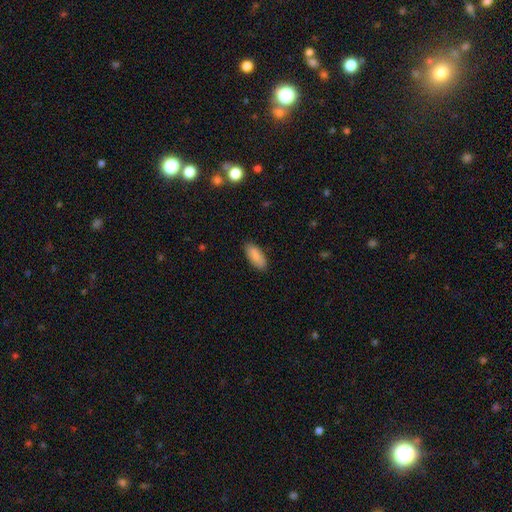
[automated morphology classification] This appears to be a smooth galaxy with no disk features (88%) that is in between round and cigar-shaped (84%). Merging: none (86%).